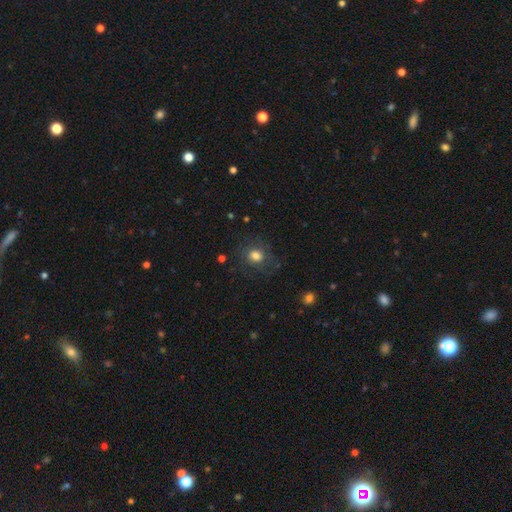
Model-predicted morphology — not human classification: smooth 66%, featured or disk 22%, star or artifact 12%. Down the decision tree: how rounded — round (75%); merging — none (73%).